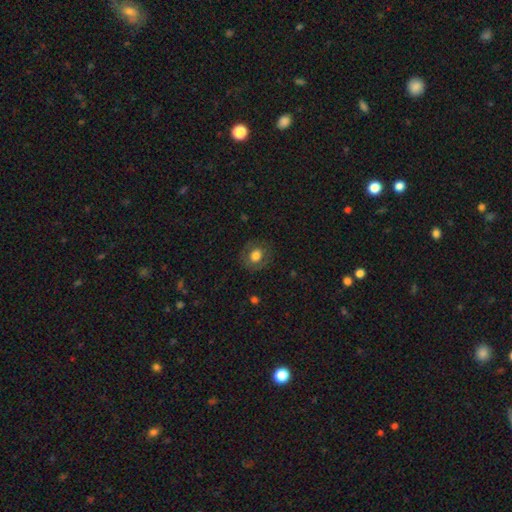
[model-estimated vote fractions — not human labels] This is likely a smooth galaxy (70%). How rounded: likely round (70%). Merging: clearly none (82%).